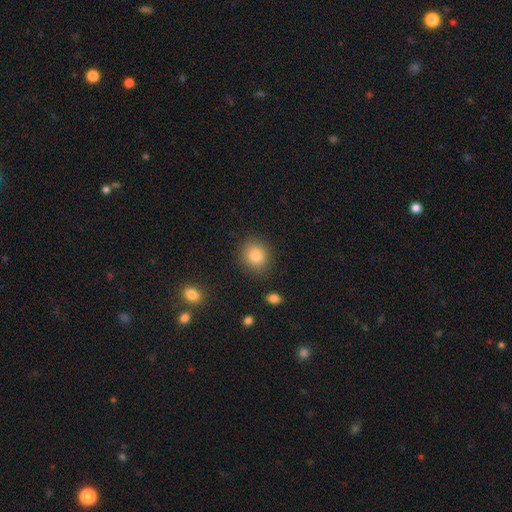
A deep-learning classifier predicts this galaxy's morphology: Overall: smooth (82%). How rounded: round (80%). Merging: none (87%).